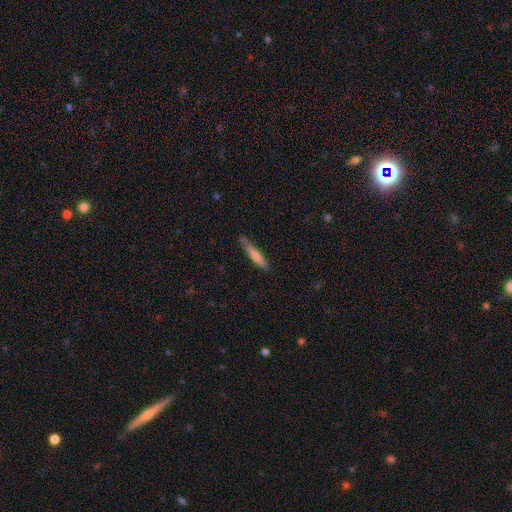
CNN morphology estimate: Q: Smooth or featured?
A: smooth (73%); runner-up: featured or disk (21%)
Q: How rounded?
A: cigar-shaped (91%); runner-up: in between (8%)
Q: Merging?
A: none (72%); runner-up: minor disturbance (22%)